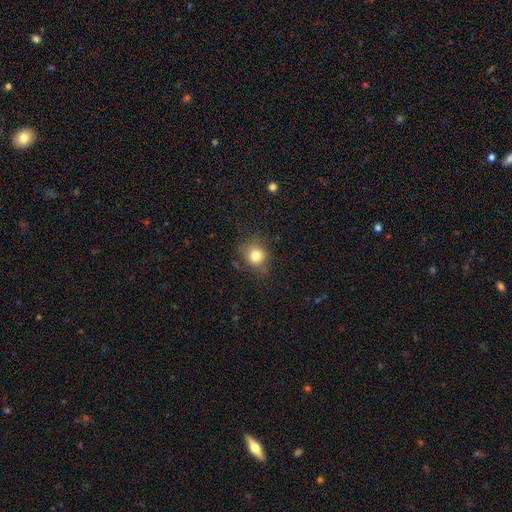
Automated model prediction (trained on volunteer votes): Smooth or featured? Predicted: smooth (p=0.80). How rounded? Predicted: round (p=0.82). Merging? Predicted: none (p=0.74).